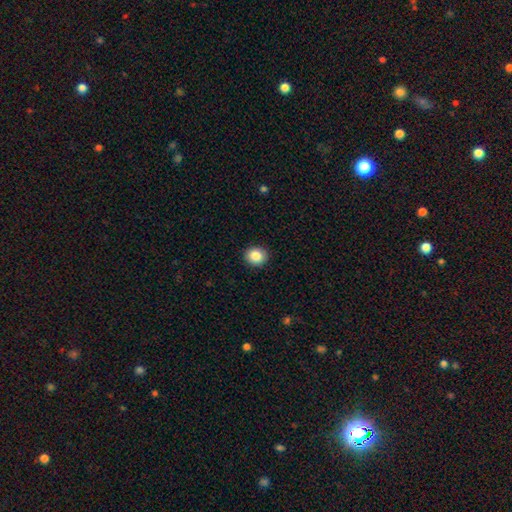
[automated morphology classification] The model was most divided on "how rounded": round: 80%, in between: 19%, cigar-shaped: 1%. More confident: merging — none (92%); smooth or featured — smooth (86%).